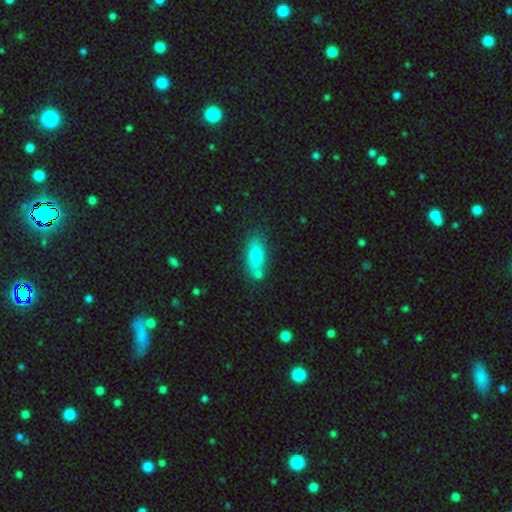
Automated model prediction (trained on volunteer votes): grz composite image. It shows a smooth galaxy with no disk features (78%) that is in between round and cigar-shaped (80%). Merging: none (64%).